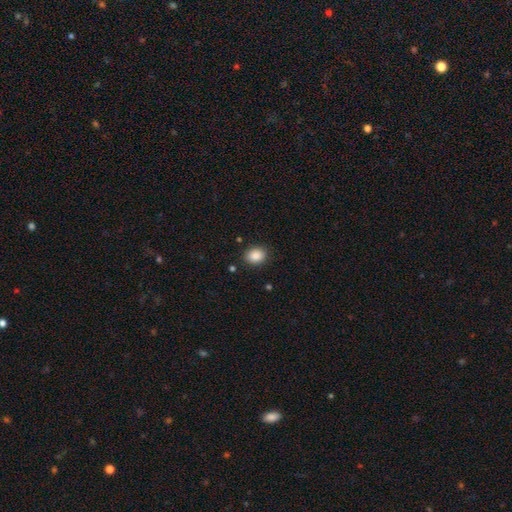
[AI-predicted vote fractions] Smooth or featured: smooth — 87% (star or artifact — 9%)
How rounded: round — 50% (in between — 49%)
Merging: none — 87% (minor disturbance — 9%)